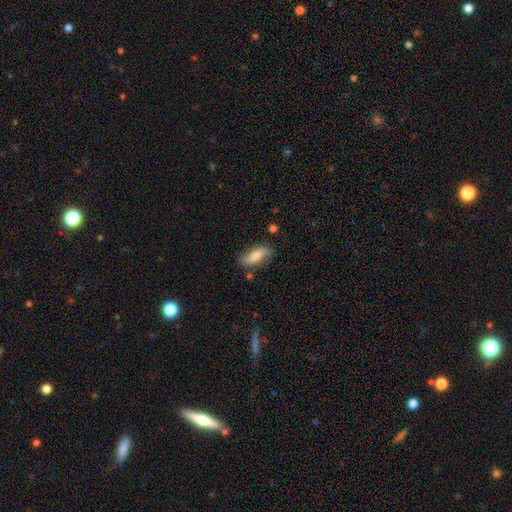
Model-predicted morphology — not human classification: This is possibly a smooth galaxy (50%). Merging: likely none (78%).